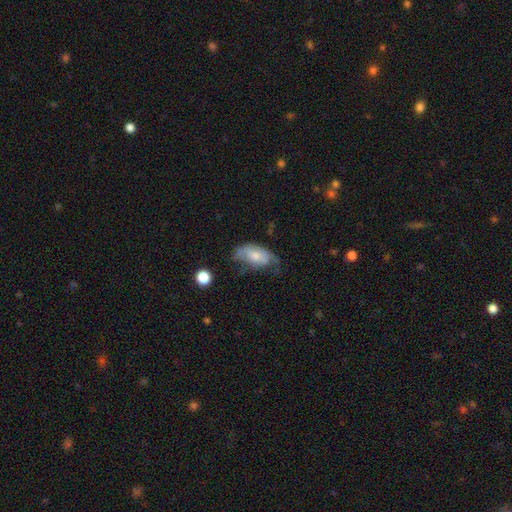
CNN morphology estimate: Smooth or featured? smooth (57%)
How rounded? in between (91%)
Merging? minor disturbance (37%)